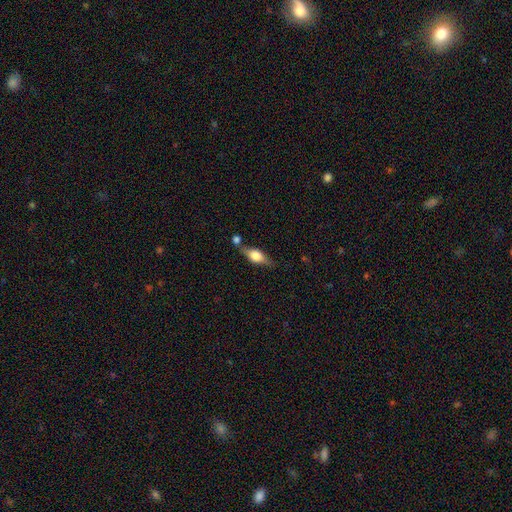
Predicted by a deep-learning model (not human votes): Smooth or featured? Predicted: smooth (p=0.48). Merging? Predicted: none (p=0.59).